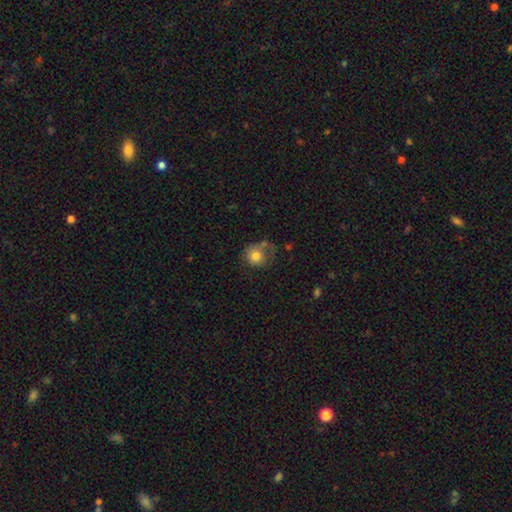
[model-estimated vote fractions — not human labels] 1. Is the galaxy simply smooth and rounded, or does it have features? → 75% smooth, 17% featured or disk, 9% star or artifact.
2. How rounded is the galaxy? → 81% round, 18% in between, 1% cigar-shaped.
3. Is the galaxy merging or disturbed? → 42% none, 25% minor disturbance, 23% major disturbance, 10% merger.